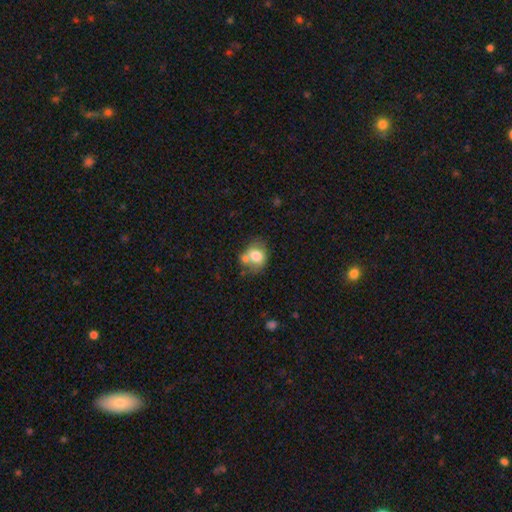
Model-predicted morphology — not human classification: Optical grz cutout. It shows a smooth galaxy with no disk features (73%) that is round (56%). Merging: none (42%).